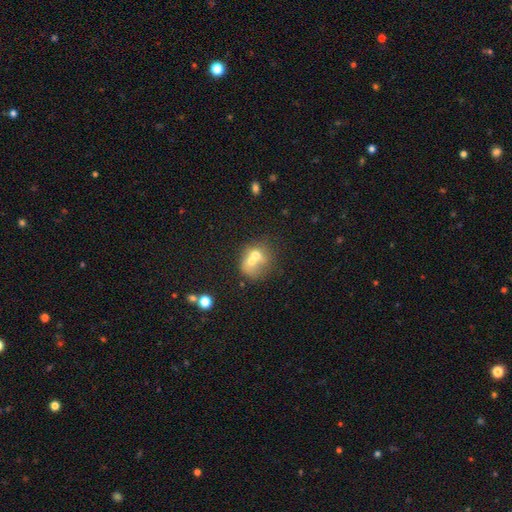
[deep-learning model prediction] smooth_or_featured: smooth (p=0.58) [alt: featured or disk p=0.29]
how_rounded: round (p=0.69) [alt: in between p=0.30]
merging: merger (p=0.63) [alt: none p=0.25]